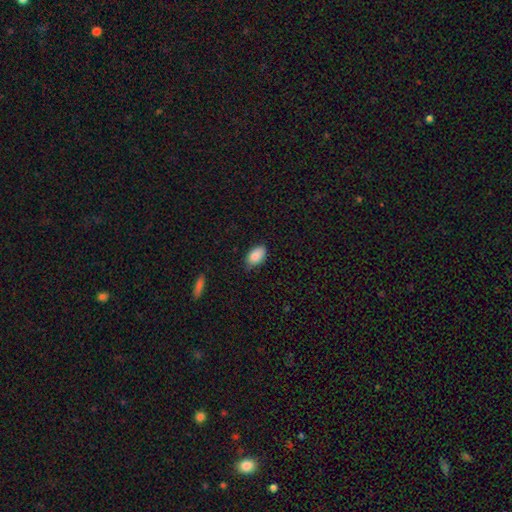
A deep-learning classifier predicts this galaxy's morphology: Q: Smooth or featured?
A: smooth (87%); runner-up: star or artifact (7%)
Q: How rounded?
A: in between (92%); runner-up: round (6%)
Q: Merging?
A: none (71%); runner-up: minor disturbance (25%)